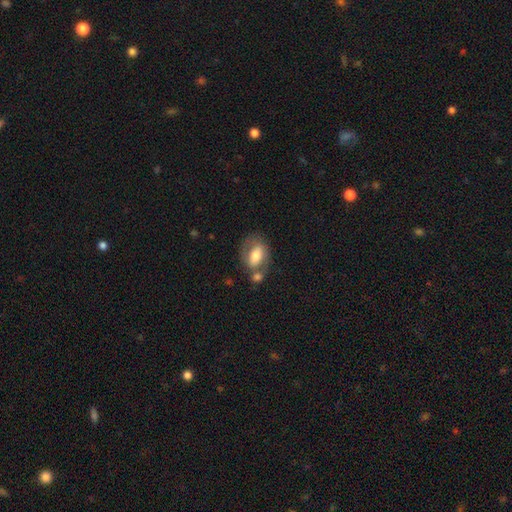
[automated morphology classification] This is possibly a smooth galaxy (59%). How rounded: likely in between (80%). Merging: marginally none (45%).